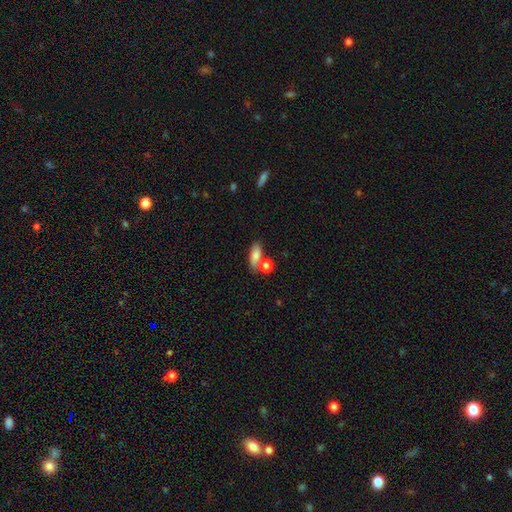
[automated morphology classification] Smooth or featured: smooth — 80% (featured or disk — 11%)
How rounded: in between — 74% (cigar-shaped — 19%)
Merging: none — 54% (merger — 26%)